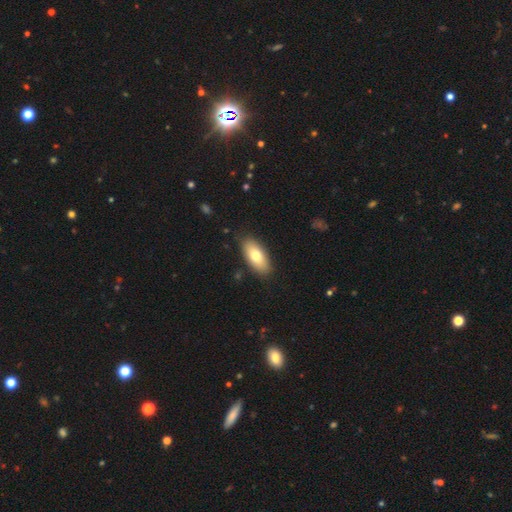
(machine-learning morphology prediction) This is likely a smooth galaxy (76%). How rounded: clearly in between (88%). Merging: clearly none (86%).